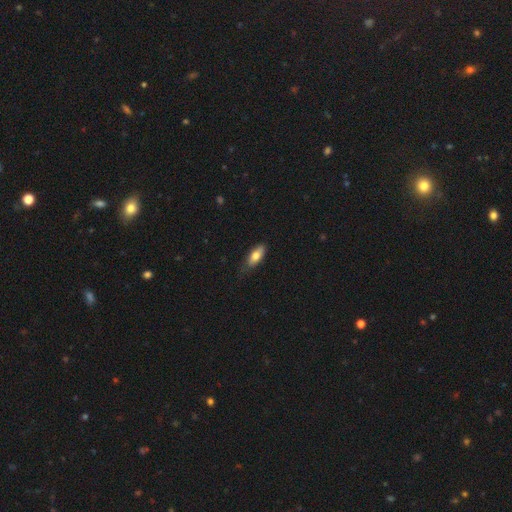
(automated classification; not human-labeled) This is likely a smooth galaxy (76%). How rounded: likely in between (78%). Merging: likely none (70%).